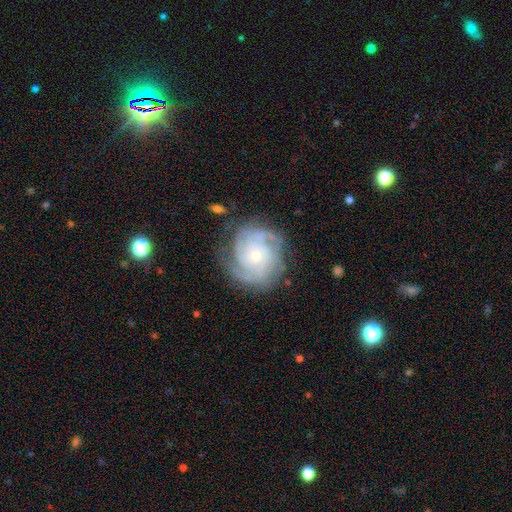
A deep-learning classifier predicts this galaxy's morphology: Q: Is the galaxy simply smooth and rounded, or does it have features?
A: featured or disk — 84%.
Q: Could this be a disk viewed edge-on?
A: no — 97%.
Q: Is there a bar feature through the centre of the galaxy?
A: no — 78%.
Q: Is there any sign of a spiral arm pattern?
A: yes — 95%.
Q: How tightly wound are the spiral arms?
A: tight — 68%.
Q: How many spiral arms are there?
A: can't tell — 30%.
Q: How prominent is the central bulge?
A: small — 66%.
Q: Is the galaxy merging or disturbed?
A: none — 74%.